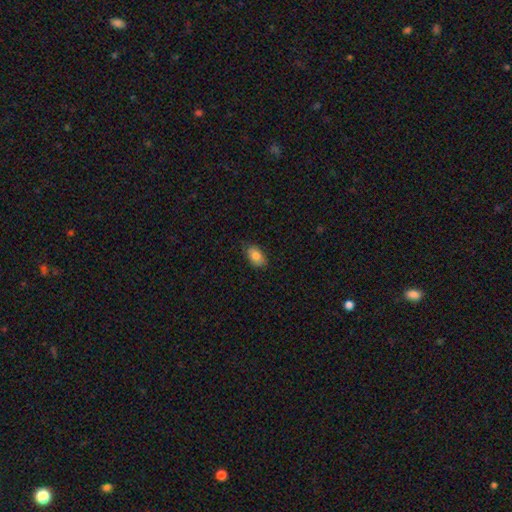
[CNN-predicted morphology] The model was most divided on "merging": none: 81%, minor disturbance: 15%, major disturbance: 3%, merger: 1%. More confident: how rounded — in between (91%); smooth or featured — smooth (84%).